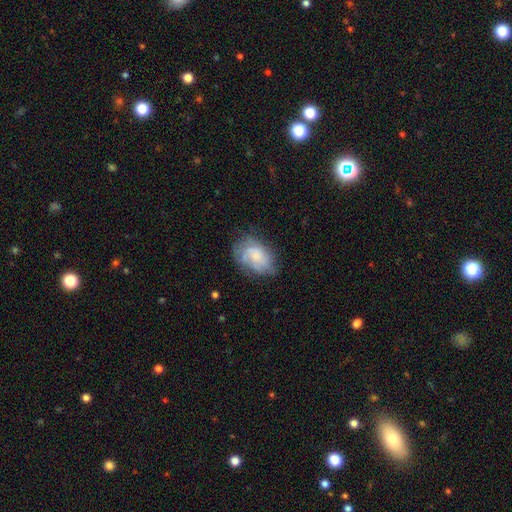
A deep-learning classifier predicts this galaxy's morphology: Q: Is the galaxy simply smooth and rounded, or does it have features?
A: featured or disk — 48%.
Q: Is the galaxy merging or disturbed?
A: none — 56%.